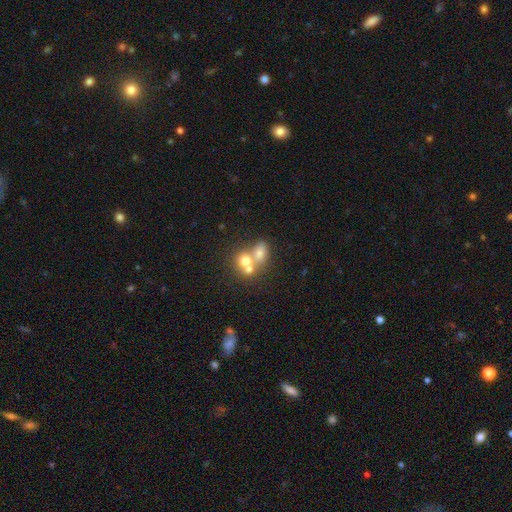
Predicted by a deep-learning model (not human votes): smooth_or_featured: smooth (p=0.61) [alt: featured or disk p=0.25]
how_rounded: round (p=0.55) [alt: in between p=0.44]
merging: merger (p=0.67) [alt: none p=0.23]